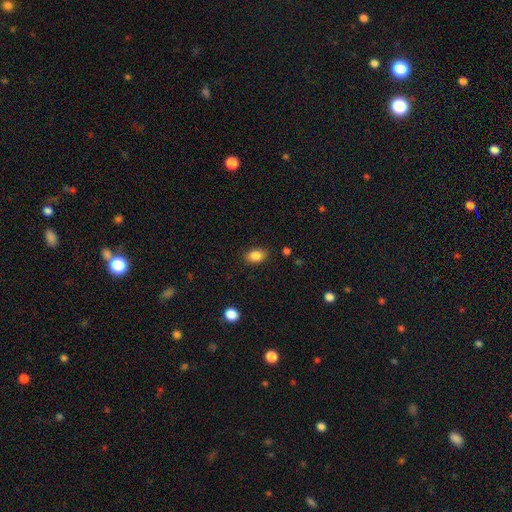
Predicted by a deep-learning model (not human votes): smooth_or_featured: smooth (p=0.86) [alt: star or artifact p=0.09]
how_rounded: in between (p=0.82) [alt: round p=0.17]
merging: none (p=0.85) [alt: minor disturbance p=0.10]